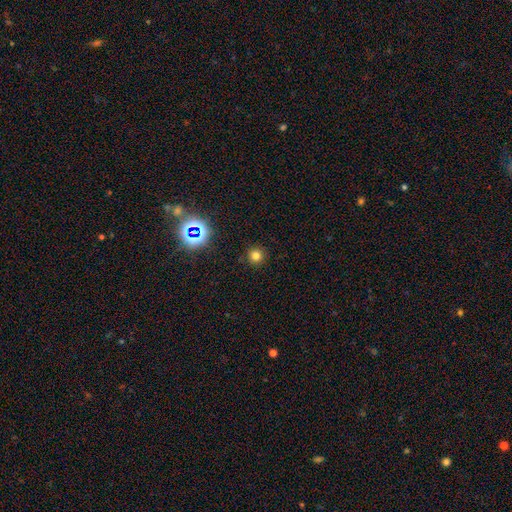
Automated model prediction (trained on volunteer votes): The model was most divided on "smooth or featured": smooth: 75%, star or artifact: 19%, featured or disk: 6%. More confident: how rounded — round (95%); merging — none (91%).